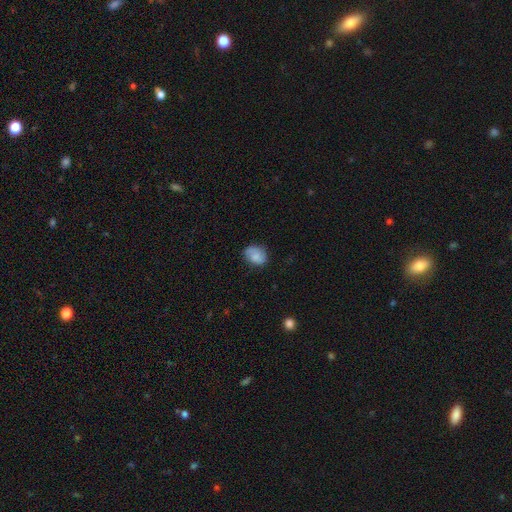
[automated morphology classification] Smooth or featured: smooth — 76% (featured or disk — 15%)
How rounded: in between — 59% (round — 40%)
Merging: none — 66% (minor disturbance — 26%)